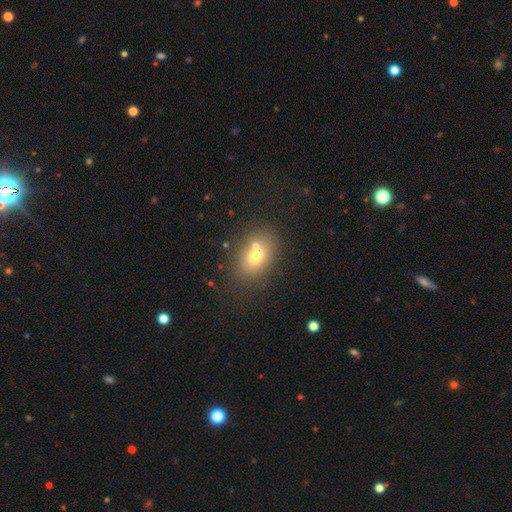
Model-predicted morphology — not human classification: Smooth or featured? Predicted: smooth (p=0.66). How rounded? Predicted: in between (p=0.66). Merging? Predicted: none (p=0.51).